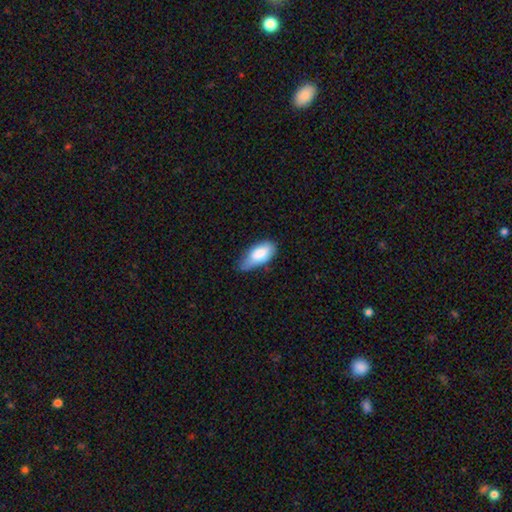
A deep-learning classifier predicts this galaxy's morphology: Smooth or featured? Predicted: smooth (p=0.83). How rounded? Predicted: in between (p=0.90). Merging? Predicted: minor disturbance (p=0.49).